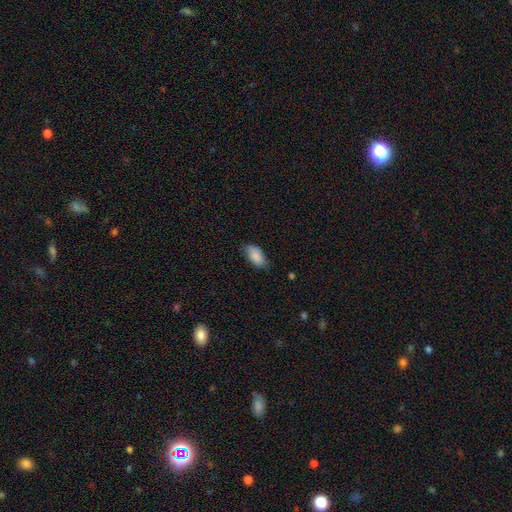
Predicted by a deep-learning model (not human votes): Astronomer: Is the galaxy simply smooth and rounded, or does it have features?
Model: smooth — 86%.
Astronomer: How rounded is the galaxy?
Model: in between — 93%.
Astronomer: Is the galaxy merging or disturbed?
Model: none — 71%.